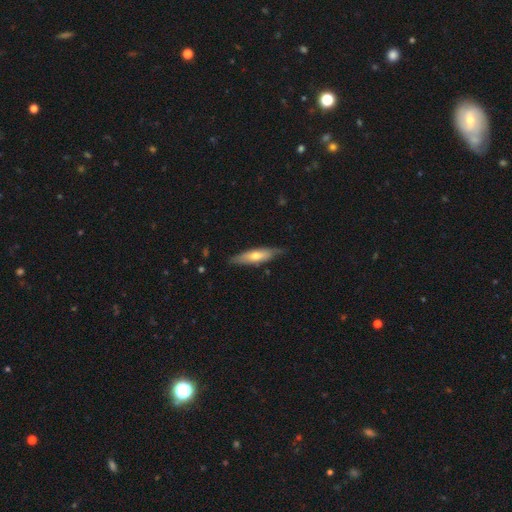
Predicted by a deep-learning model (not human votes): smooth-or-featured: smooth: 51% | featured or disk: 43% | star or artifact: 6%
  how-rounded: cigar-shaped: 70% | in between: 28% | round: 2%
  merging: none: 78% | minor disturbance: 18% | major disturbance: 3% | merger: 1%